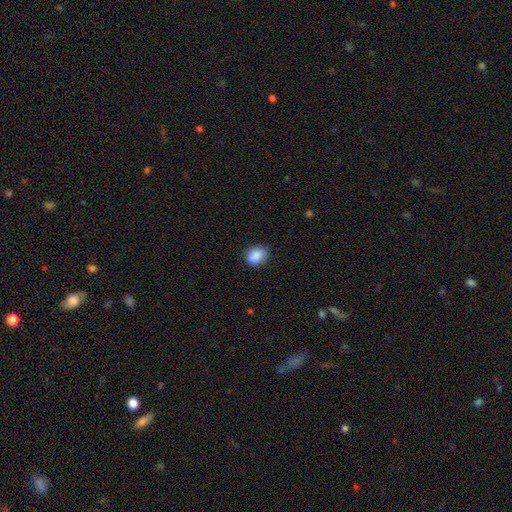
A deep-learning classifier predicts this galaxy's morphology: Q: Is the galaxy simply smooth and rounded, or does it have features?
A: smooth — 87%.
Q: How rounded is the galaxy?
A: round — 54%.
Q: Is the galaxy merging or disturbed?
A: none — 83%.